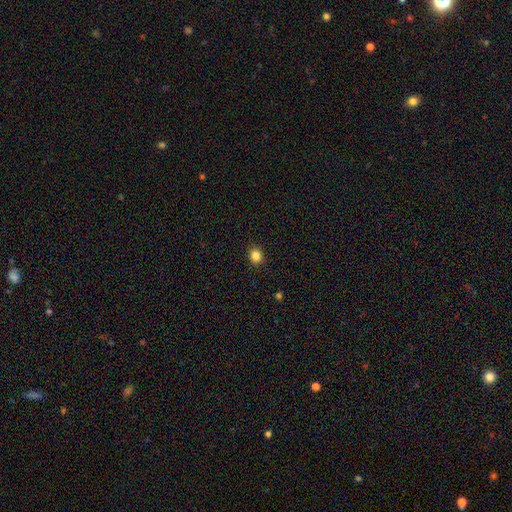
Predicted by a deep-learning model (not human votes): Q: Smooth or featured?
A: smooth (85%); runner-up: star or artifact (12%)
Q: How rounded?
A: round (73%); runner-up: in between (26%)
Q: Merging?
A: none (90%); runner-up: minor disturbance (7%)